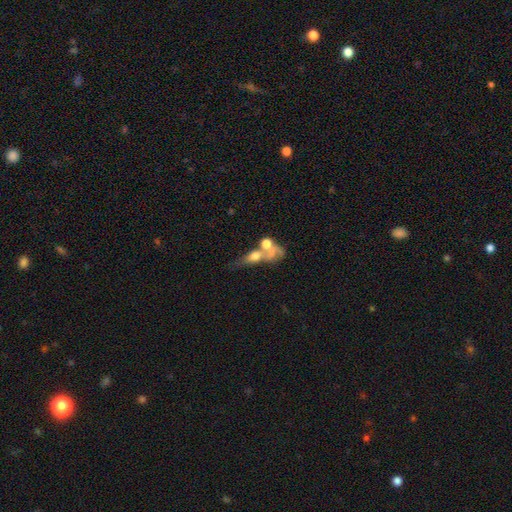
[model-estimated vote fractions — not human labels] Smooth or featured? featured or disk (46%)
Merging? merger (53%)